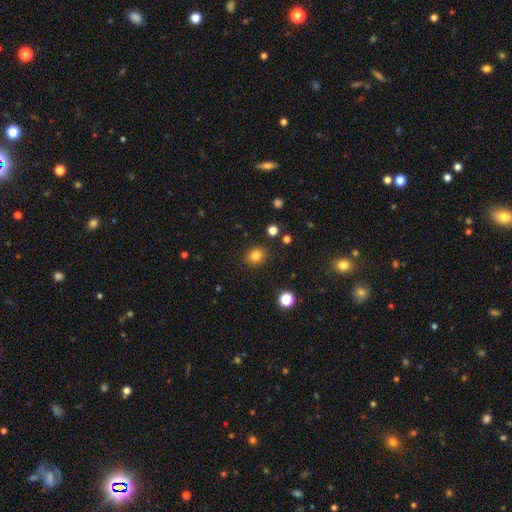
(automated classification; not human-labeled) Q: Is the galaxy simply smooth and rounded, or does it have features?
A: smooth — 81%.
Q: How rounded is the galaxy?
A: round — 78%.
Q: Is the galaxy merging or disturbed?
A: none — 89%.